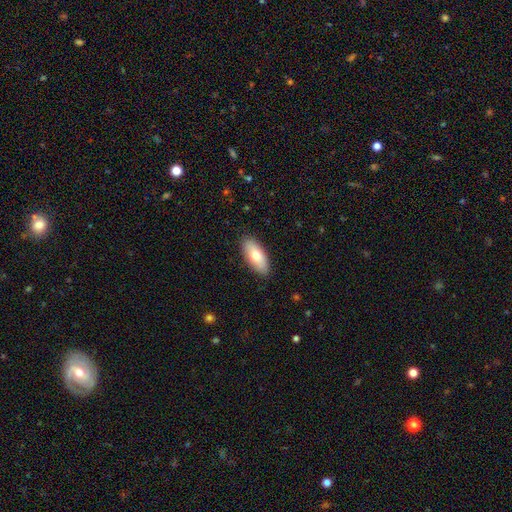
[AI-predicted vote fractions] Smooth or featured?
  - smooth: 72% *
  - featured or disk: 22%
  - star or artifact: 6%
How rounded?
  - in between: 86% *
  - cigar-shaped: 12%
  - round: 2%
Merging?
  - none: 88% *
  - minor disturbance: 9%
  - major disturbance: 2%
  - merger: 1%